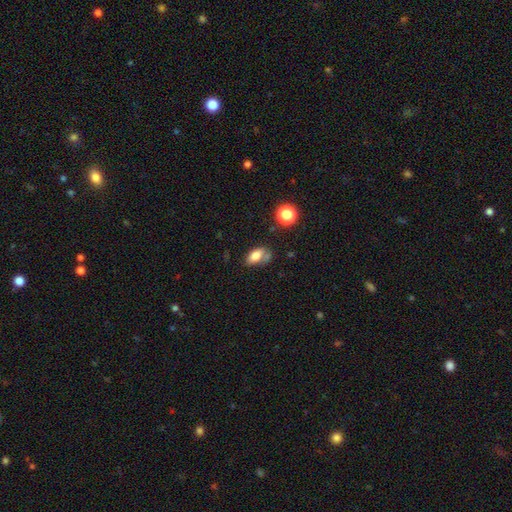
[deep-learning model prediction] Morphology: type=smooth (77%); roundness=in between (87%); merging=none (50%).